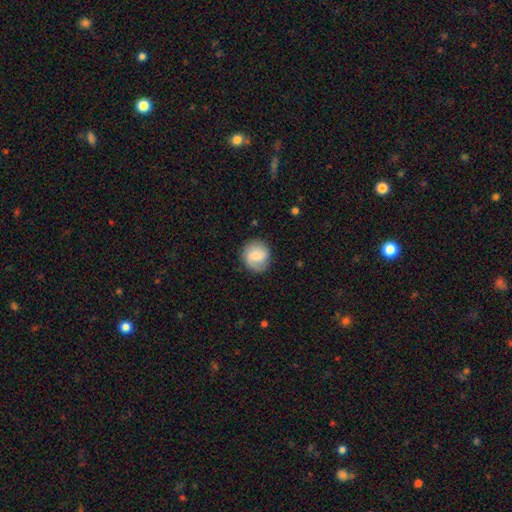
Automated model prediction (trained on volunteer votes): Smooth or featured: smooth — 68% (featured or disk — 25%)
How rounded: round — 90% (in between — 9%)
Merging: none — 83% (minor disturbance — 12%)